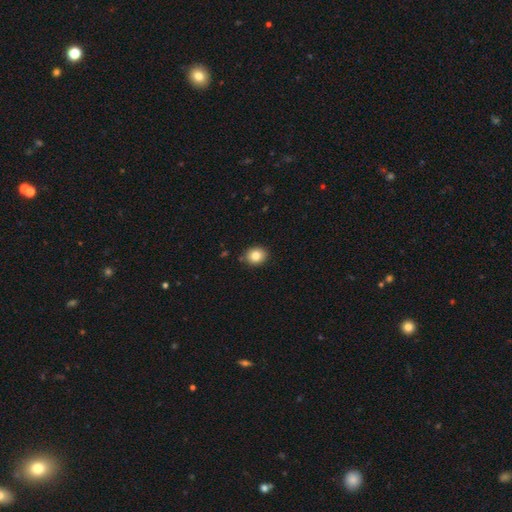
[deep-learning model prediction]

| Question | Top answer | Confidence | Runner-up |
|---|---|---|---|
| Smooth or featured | smooth | 83% | star or artifact (9%) |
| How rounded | round | 64% | in between (35%) |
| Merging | none | 88% | minor disturbance (9%) |